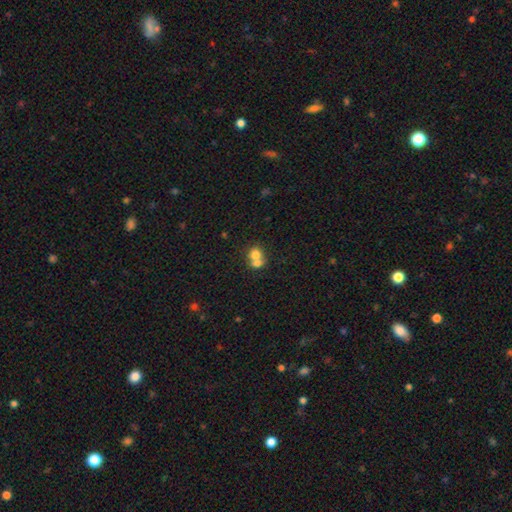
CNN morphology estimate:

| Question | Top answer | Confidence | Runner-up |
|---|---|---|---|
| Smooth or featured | smooth | 73% | featured or disk (17%) |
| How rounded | round | 75% | in between (24%) |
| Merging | merger | 64% | none (27%) |